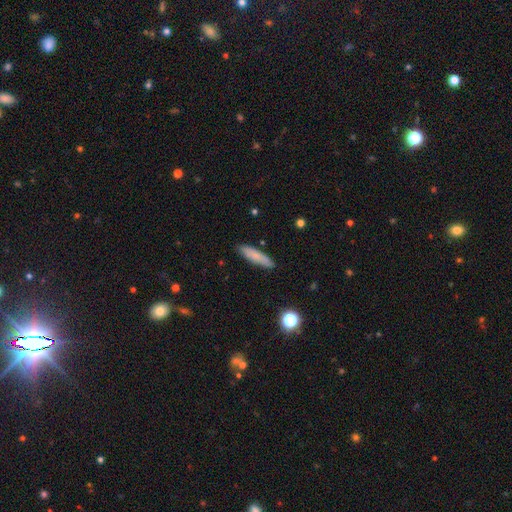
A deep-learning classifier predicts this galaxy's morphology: Smooth or featured?
  - smooth: 78% *
  - featured or disk: 15%
  - star or artifact: 7%
How rounded?
  - cigar-shaped: 78% *
  - in between: 20%
  - round: 2%
Merging?
  - none: 86% *
  - minor disturbance: 10%
  - major disturbance: 2%
  - merger: 1%